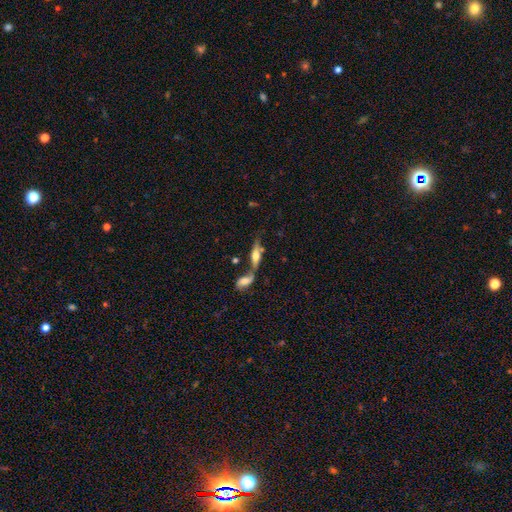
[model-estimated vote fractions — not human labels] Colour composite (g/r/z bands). It shows a featured or disk galaxy (55%) viewed edge-on (77%). Merging: merger (44%).